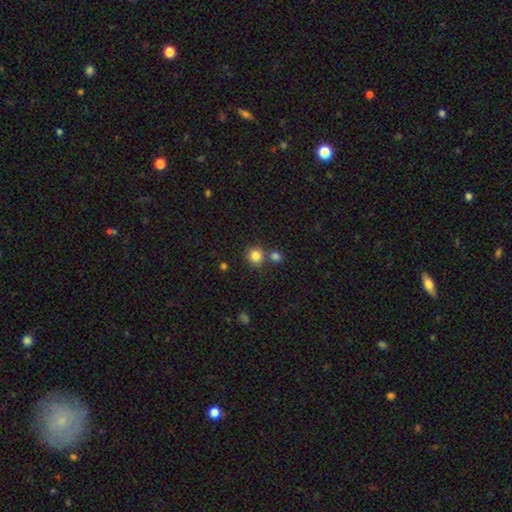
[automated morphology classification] This is clearly a smooth galaxy (83%). How rounded: clearly round (90%). Merging: likely none (71%).